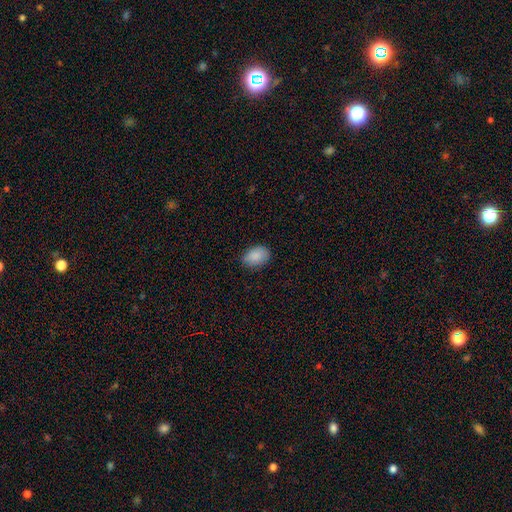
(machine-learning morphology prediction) smooth_or_featured: smooth (p=0.88) [alt: star or artifact p=0.07]
how_rounded: in between (p=0.83) [alt: round p=0.16]
merging: none (p=0.80) [alt: minor disturbance p=0.16]